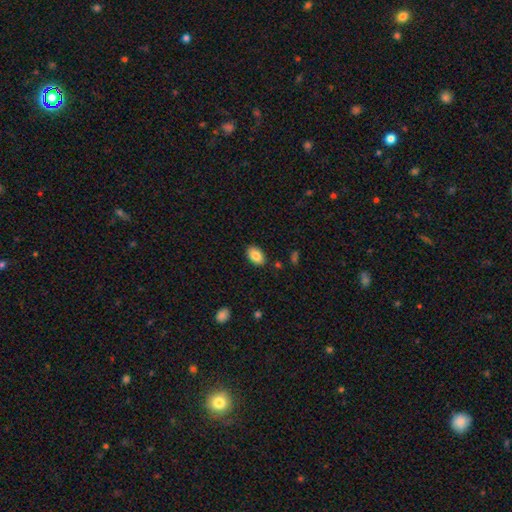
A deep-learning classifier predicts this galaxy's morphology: A smooth galaxy with no disk features (86%) that is in between round and cigar-shaped (91%). Merging: none (87%).